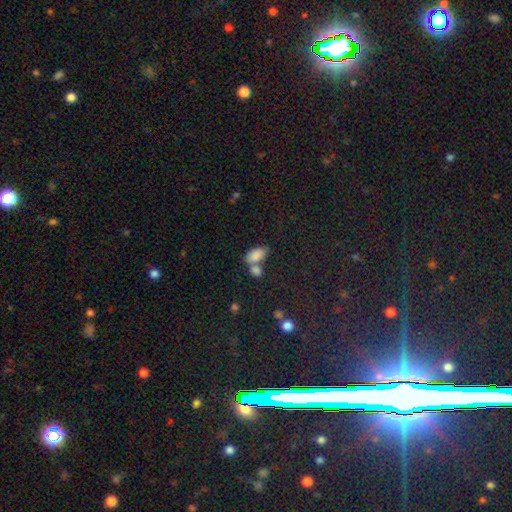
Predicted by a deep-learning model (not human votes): A smooth galaxy with no disk features (84%) that is in between round and cigar-shaped (92%).

Vote fractions:
- Smooth or featured? smooth: 84% / star or artifact: 9% / featured or disk: 7%
- How rounded? in between: 92% / round: 5% / cigar-shaped: 4%
- Merging? merger: 44% / none: 38% / minor disturbance: 12% / major disturbance: 5%